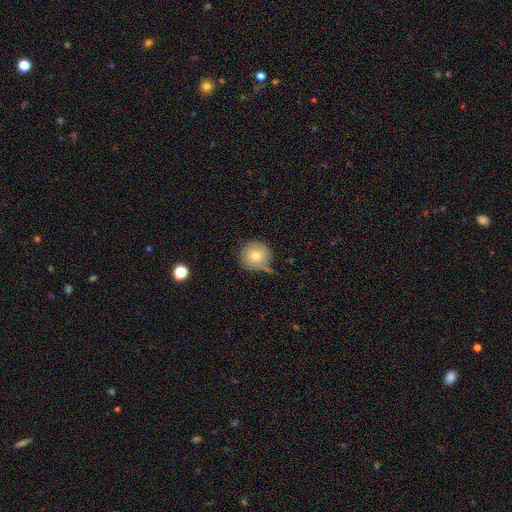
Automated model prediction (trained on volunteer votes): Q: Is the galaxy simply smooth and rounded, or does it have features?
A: smooth — 75%.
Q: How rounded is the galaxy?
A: round — 94%.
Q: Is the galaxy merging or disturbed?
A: none — 63%.